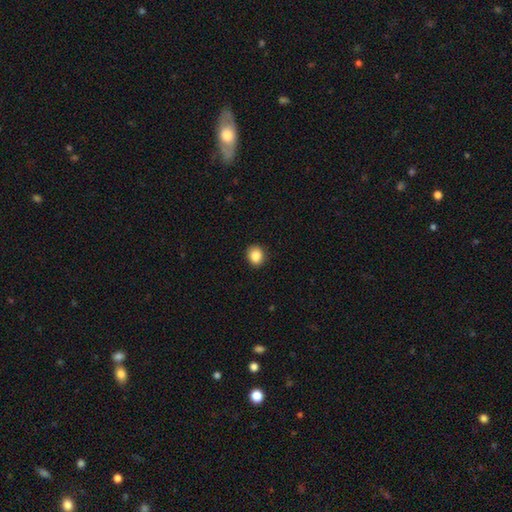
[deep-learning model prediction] A smooth galaxy with no disk features (88%) that is round (69%). Merging: none (89%).